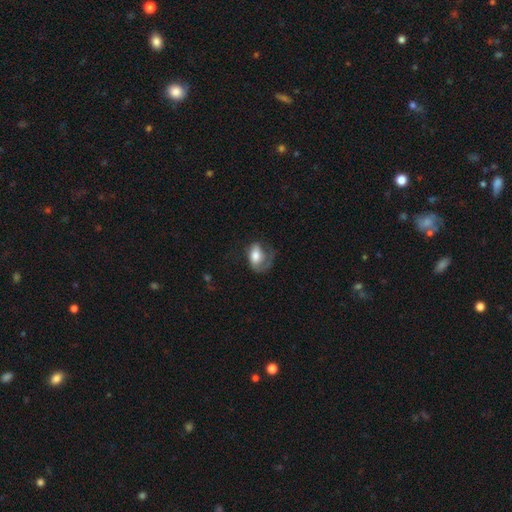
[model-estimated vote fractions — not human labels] smooth 50%, featured or disk 43%, star or artifact 7%. Down the decision tree: merging — major disturbance (41%).